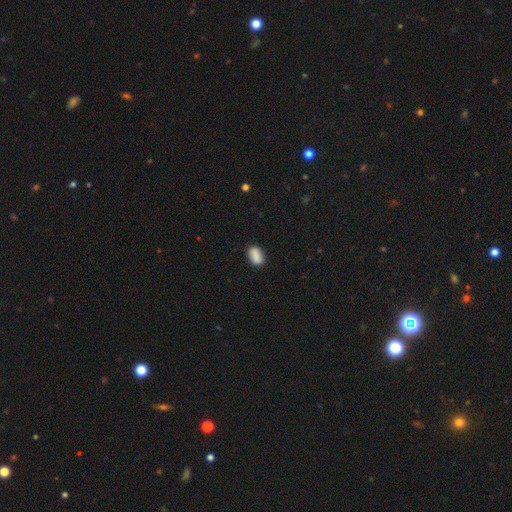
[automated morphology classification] This appears to be a smooth galaxy with no disk features (88%) that is in between round and cigar-shaped (88%). Merging: none (82%).